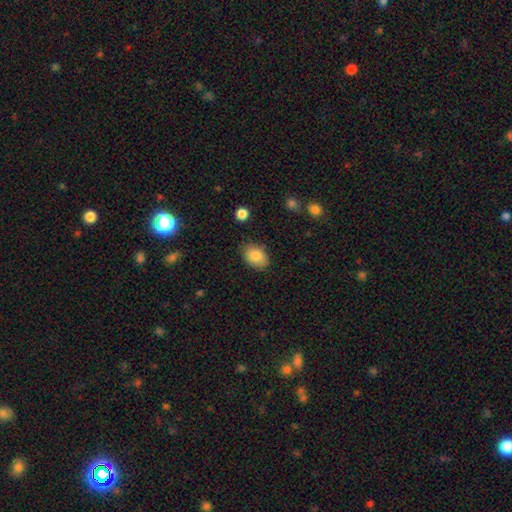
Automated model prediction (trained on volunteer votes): The model was most divided on "how rounded": in between: 81%, round: 18%, cigar-shaped: 1%. More confident: smooth or featured — smooth (85%); merging — none (81%).